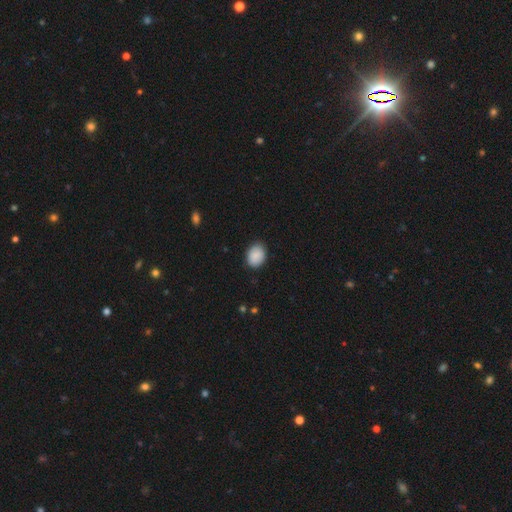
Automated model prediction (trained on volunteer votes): Overall: smooth (89%). How rounded: in between (61%; round 39%). Merging: none (84%).